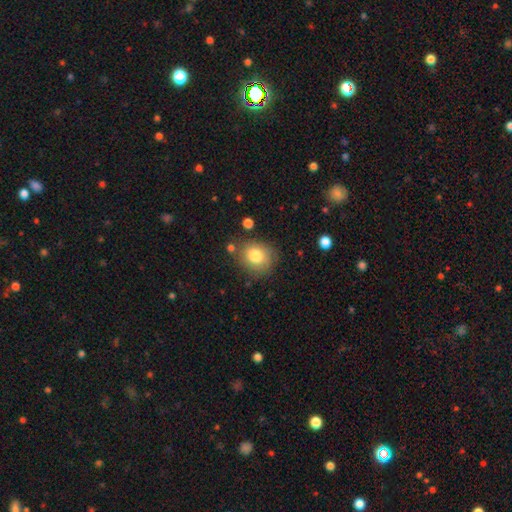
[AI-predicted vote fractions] A smooth galaxy with no disk features (81%) that is round (76%).

Vote fractions:
- Smooth or featured? smooth: 81% / featured or disk: 10% / star or artifact: 9%
- How rounded? round: 76% / in between: 23% / cigar-shaped: 1%
- Merging? none: 76% / minor disturbance: 14% / merger: 5% / major disturbance: 5%